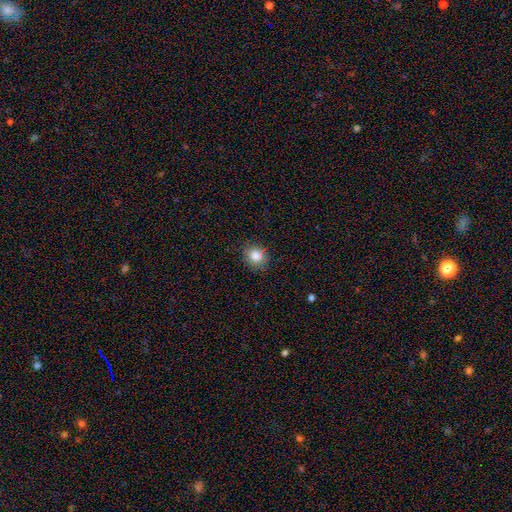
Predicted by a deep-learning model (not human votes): The model was most divided on "how rounded": round: 73%, in between: 26%, cigar-shaped: 1%. More confident: smooth or featured — smooth (84%); merging — none (82%).